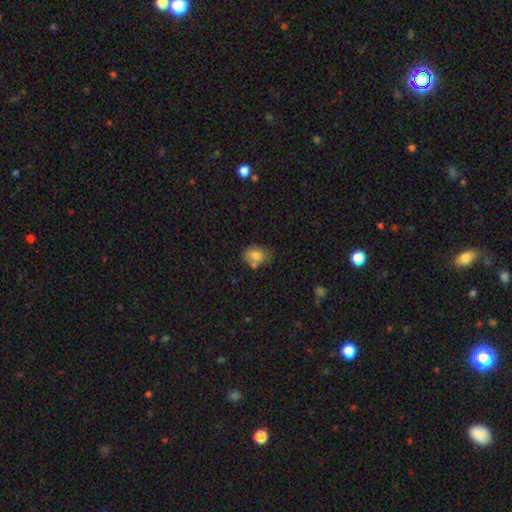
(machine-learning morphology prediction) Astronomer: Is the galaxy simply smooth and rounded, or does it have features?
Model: smooth — 79%.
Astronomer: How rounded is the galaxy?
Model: in between — 71%.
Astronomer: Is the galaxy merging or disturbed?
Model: none — 60%.